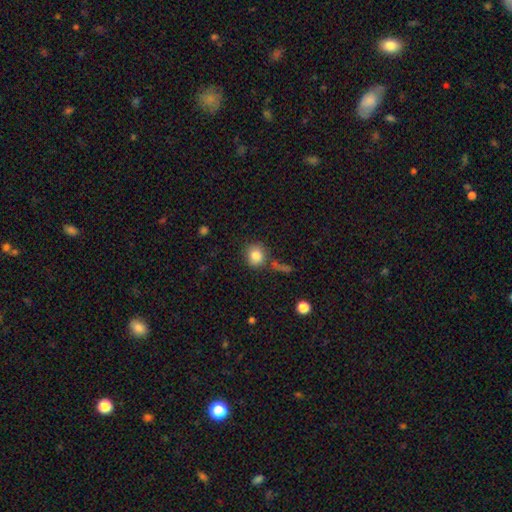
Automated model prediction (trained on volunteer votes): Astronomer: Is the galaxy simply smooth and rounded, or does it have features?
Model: smooth — 83%.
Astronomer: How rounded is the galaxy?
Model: round — 83%.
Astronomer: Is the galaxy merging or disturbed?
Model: none — 71%.